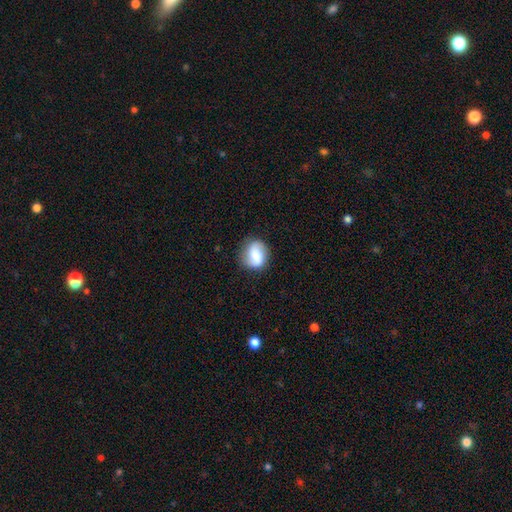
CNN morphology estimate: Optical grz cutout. It shows a smooth galaxy with no disk features (67%) that is round (64%). Merging: none (78%).